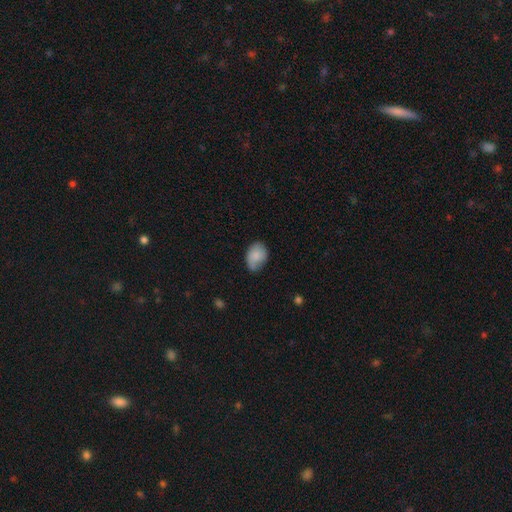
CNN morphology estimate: Q: Smooth or featured?
A: smooth (78%); runner-up: featured or disk (14%)
Q: How rounded?
A: in between (75%); runner-up: round (24%)
Q: Merging?
A: none (58%); runner-up: minor disturbance (33%)